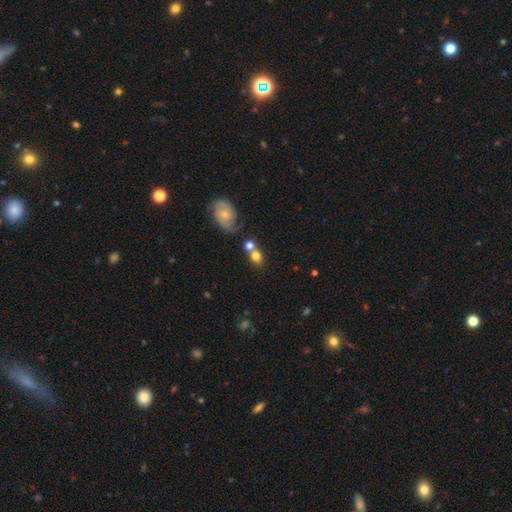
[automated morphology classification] type=smooth (72%); roundness=in between (50%); merging=none (47%).